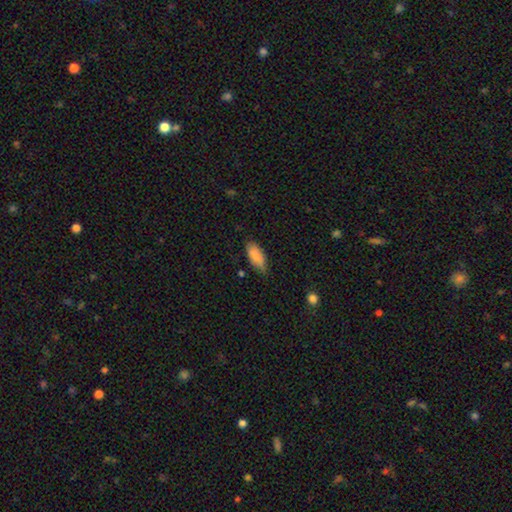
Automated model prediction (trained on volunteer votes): Q: Smooth or featured?
A: smooth (84%); runner-up: featured or disk (9%)
Q: How rounded?
A: in between (84%); runner-up: cigar-shaped (14%)
Q: Merging?
A: none (68%); runner-up: minor disturbance (27%)